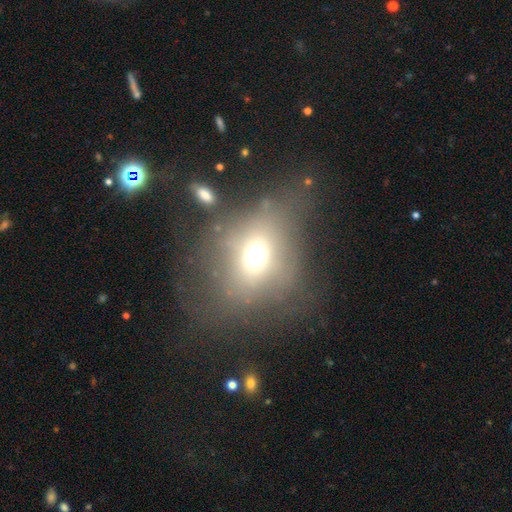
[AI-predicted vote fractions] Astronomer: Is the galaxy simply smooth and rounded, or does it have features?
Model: smooth — 61%.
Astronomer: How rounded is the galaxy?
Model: round — 61% (runner-up: in between, 37%).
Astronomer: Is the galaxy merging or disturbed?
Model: none — 59%.